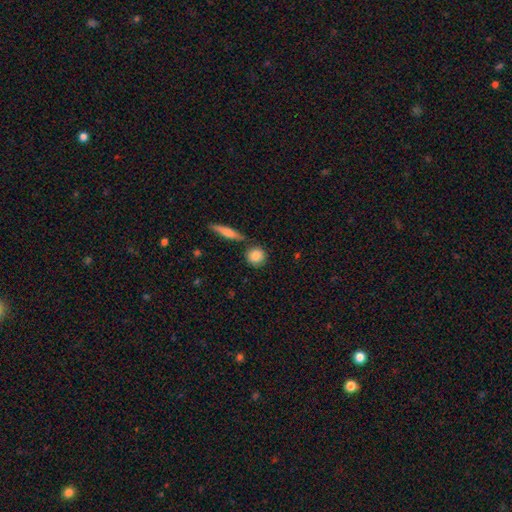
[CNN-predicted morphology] smooth_or_featured: smooth (p=0.86) [alt: featured or disk p=0.07]
how_rounded: round (p=0.84) [alt: in between p=0.12]
merging: none (p=0.77) [alt: minor disturbance p=0.11]